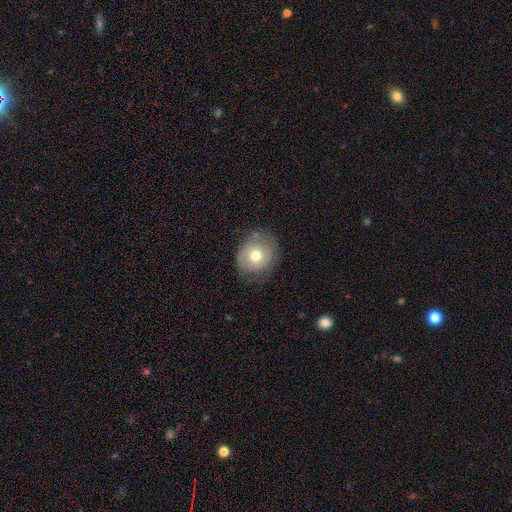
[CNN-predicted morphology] A smooth galaxy with no disk features (69%) that is round (78%). Merging: none (65%).